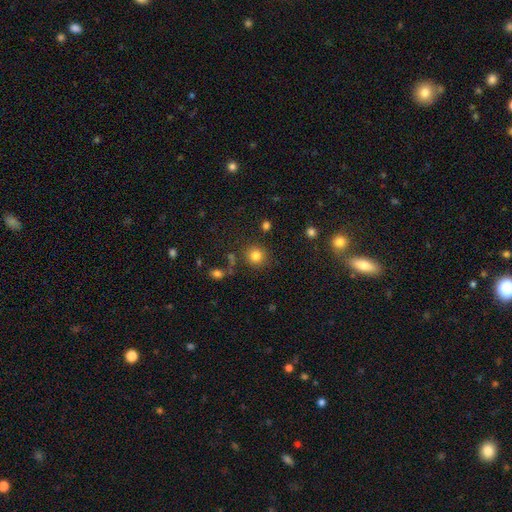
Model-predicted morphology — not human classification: type=smooth (81%); roundness=round (91%); merging=none (84%).